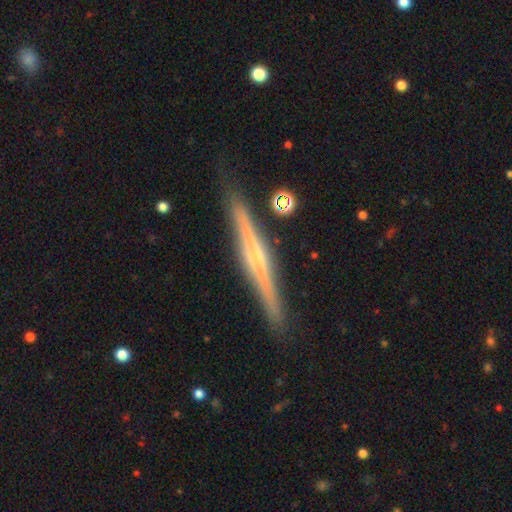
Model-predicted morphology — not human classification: smooth-or-featured: featured or disk: 74% | smooth: 20% | star or artifact: 6%
  disk-edge-on: yes: 97% | no: 3%
    edge-on-bulge: rounded: 64% | none: 25% | boxy: 12%
  merging: none: 88% | minor disturbance: 9% | merger: 2% | major disturbance: 2%